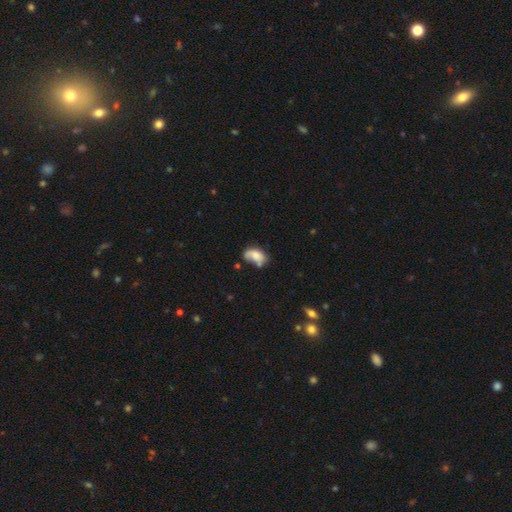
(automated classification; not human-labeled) The model was most divided on "merging": none: 35%, minor disturbance: 32%, major disturbance: 18%, merger: 15%. More confident: how rounded — in between (88%); smooth or featured — smooth (70%).